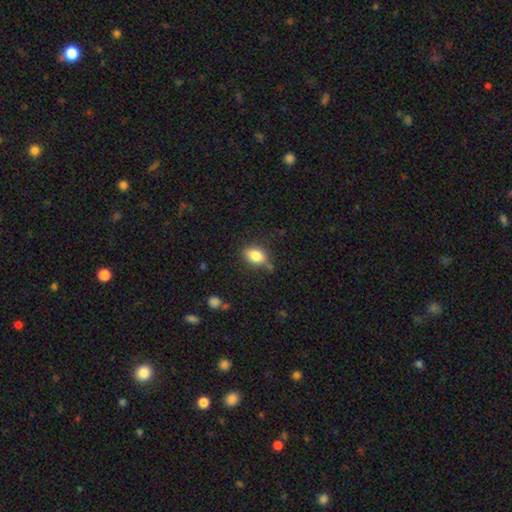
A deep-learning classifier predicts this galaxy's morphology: Smooth or featured? smooth (83%)
How rounded? in between (80%)
Merging? none (72%)